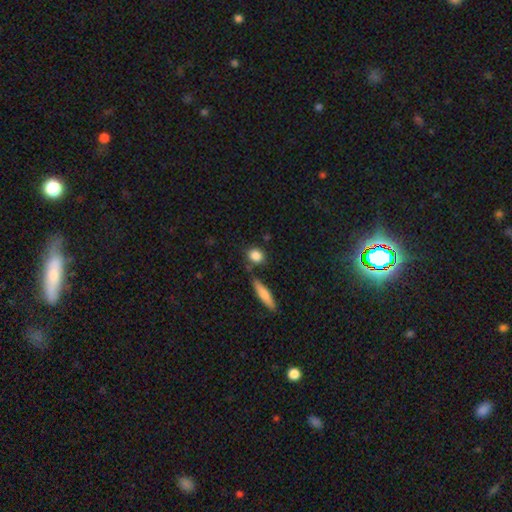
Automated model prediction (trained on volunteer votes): smooth-or-featured: smooth: 85% | star or artifact: 8% | featured or disk: 7%
  how-rounded: round: 64% | in between: 29% | cigar-shaped: 7%
  merging: none: 75% | minor disturbance: 12% | merger: 10% | major disturbance: 3%